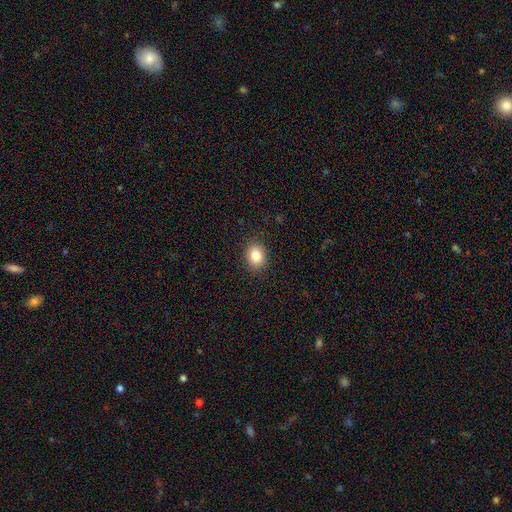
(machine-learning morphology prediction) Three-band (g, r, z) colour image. It shows a smooth galaxy with no disk features (82%) that is round (52%). Merging: none (89%).